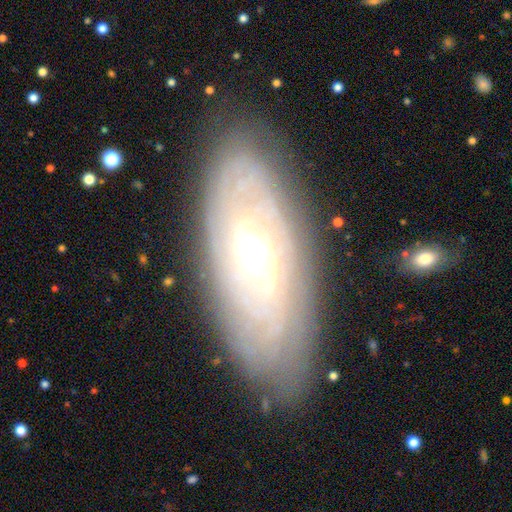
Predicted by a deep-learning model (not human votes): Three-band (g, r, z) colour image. It shows a featured or disk galaxy (77%) with a weak bar (44%), tight (70%) spiral arms (84%) and a moderate central bulge (61%). Merging: none (81%).